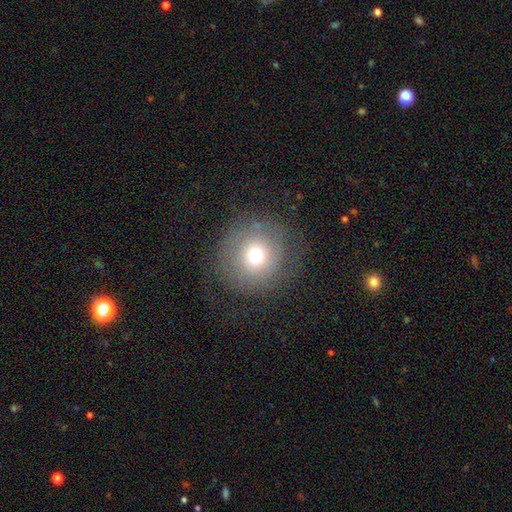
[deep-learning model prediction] Smooth or featured? smooth (66%)
How rounded? round (92%)
Merging? none (74%)